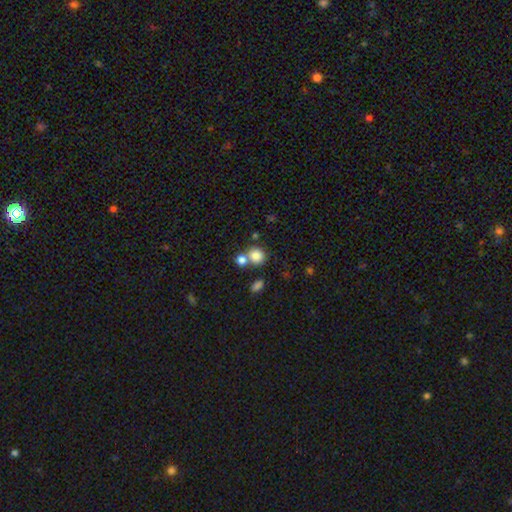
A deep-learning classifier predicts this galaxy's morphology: The model was most divided on "merging": none: 52%, merger: 36%, minor disturbance: 8%, major disturbance: 4%. More confident: smooth or featured — smooth (83%); how rounded — round (81%).